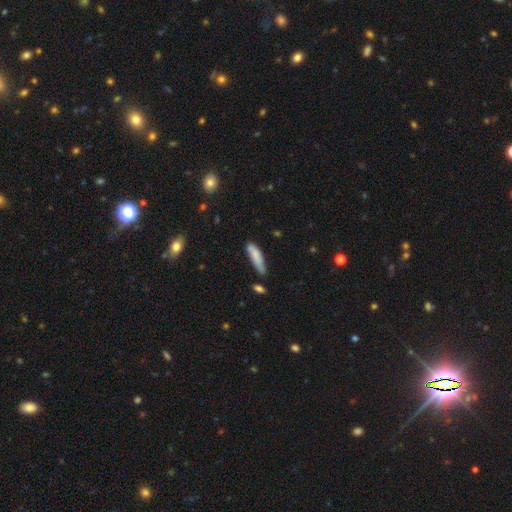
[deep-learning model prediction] Overall: smooth (78%). How rounded: cigar-shaped (68%; in between 30%). Merging: none (61%; minor disturbance 28%).